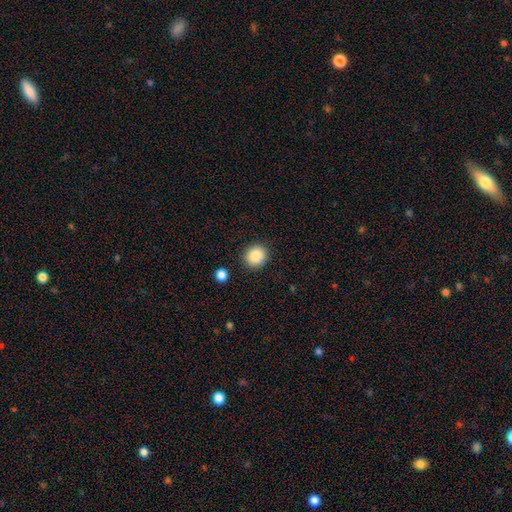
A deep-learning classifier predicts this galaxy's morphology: This is clearly a smooth galaxy (87%). How rounded: clearly round (83%). Merging: clearly none (88%).